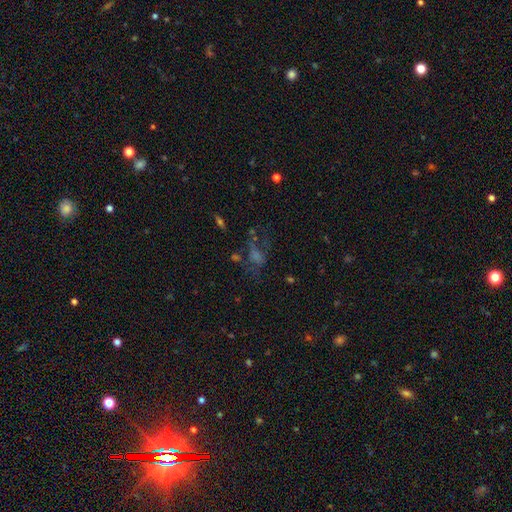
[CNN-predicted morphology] Q: Smooth or featured?
A: star or artifact (36%); runner-up: featured or disk (34%)